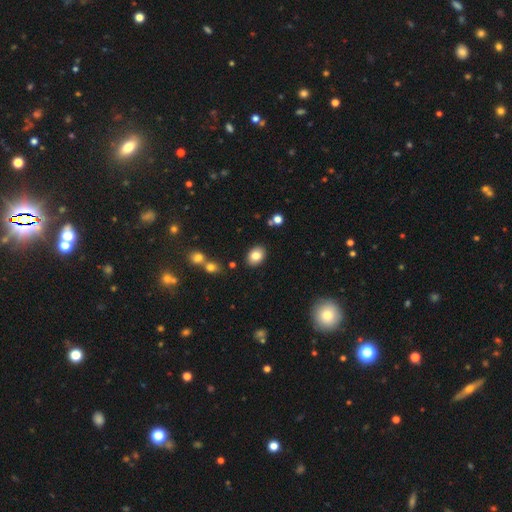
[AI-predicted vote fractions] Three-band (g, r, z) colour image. It shows a smooth galaxy with no disk features (82%) that is in between round and cigar-shaped (70%). Merging: none (87%).